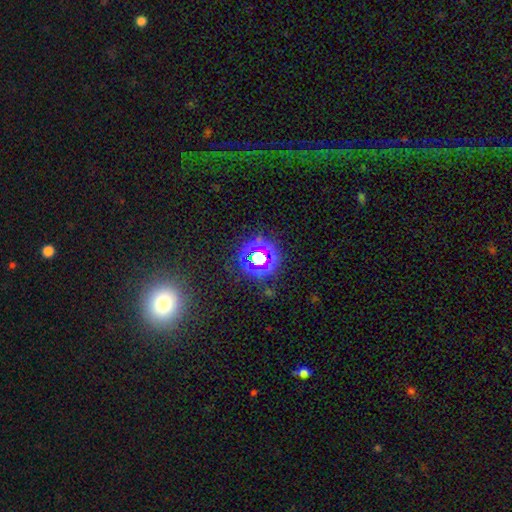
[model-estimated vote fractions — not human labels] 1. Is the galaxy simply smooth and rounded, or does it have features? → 69% star or artifact, 20% smooth, 11% featured or disk.